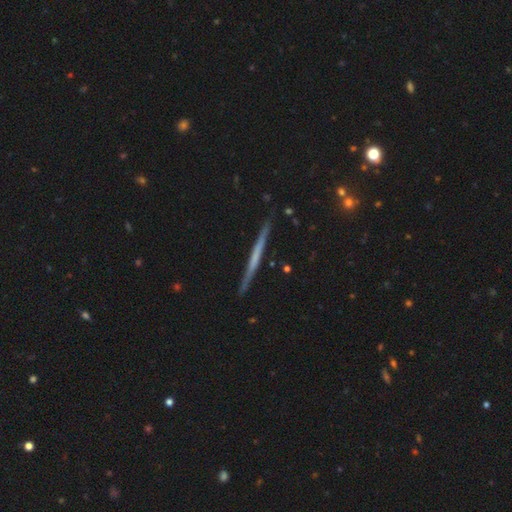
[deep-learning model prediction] This is possibly a featured or disk galaxy (59%). It is clearly viewed edge-on (98%). Edge-on bulge: clearly none (88%). Merging: clearly none (91%).